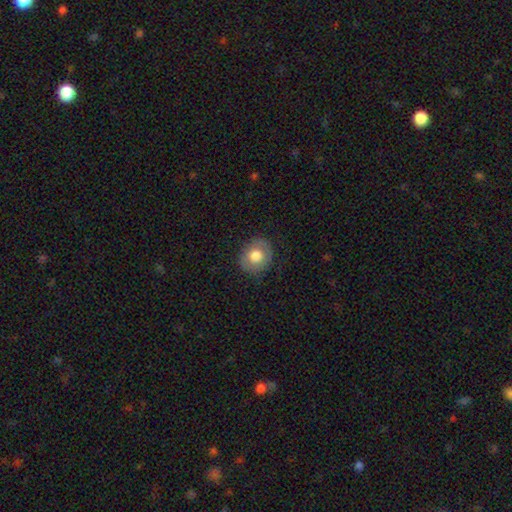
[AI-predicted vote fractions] Overall: smooth (70%). How rounded: round (76%). Merging: none (83%).